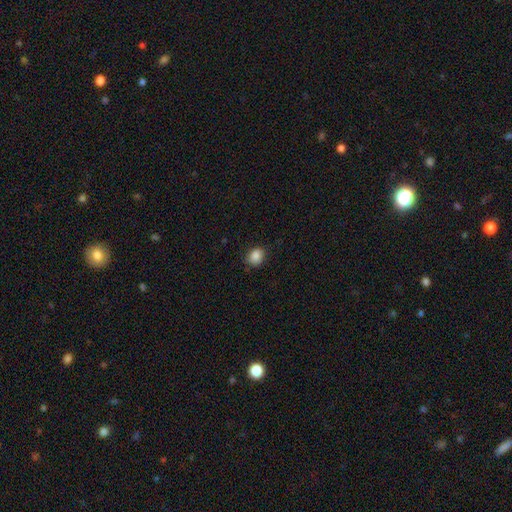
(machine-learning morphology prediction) Smooth or featured: smooth — 86% (star or artifact — 9%)
How rounded: round — 54% (in between — 45%)
Merging: none — 80% (minor disturbance — 16%)